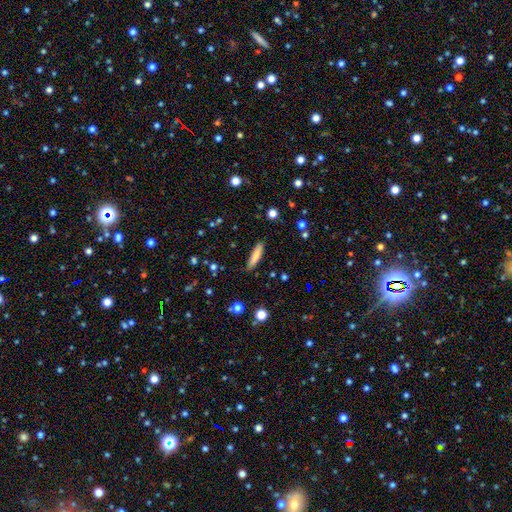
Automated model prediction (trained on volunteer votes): Smooth or featured? smooth (79%)
How rounded? cigar-shaped (78%)
Merging? none (86%)